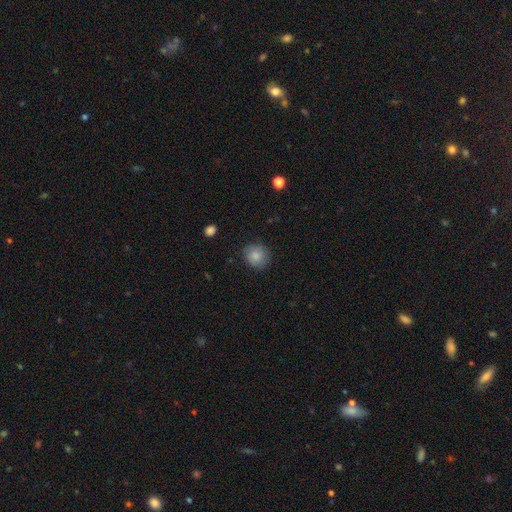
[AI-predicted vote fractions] A smooth galaxy with no disk features (84%) that is round (85%). Merging: none (85%).